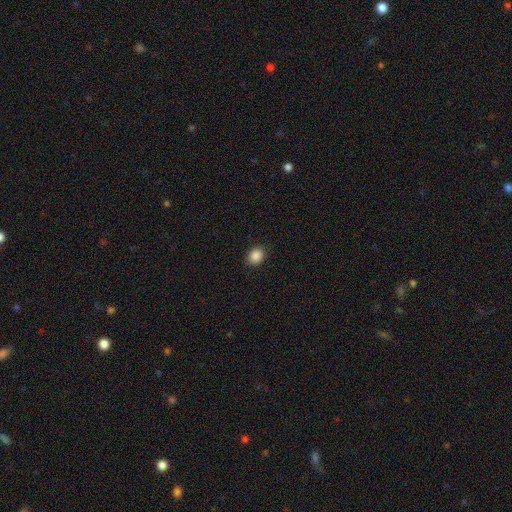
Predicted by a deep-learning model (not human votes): Smooth or featured? smooth (88%)
How rounded? round (53%)
Merging? none (88%)